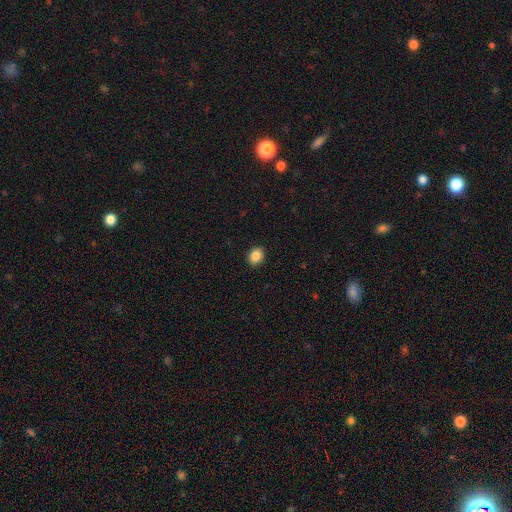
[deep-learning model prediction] Smooth or featured? Predicted: smooth (p=0.86). How rounded? Predicted: round (p=0.58). Merging? Predicted: none (p=0.91).